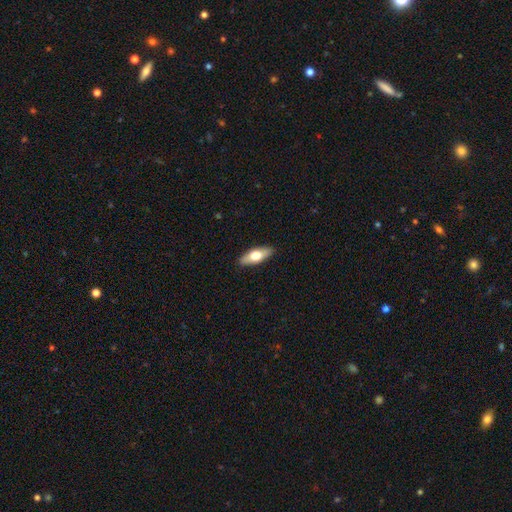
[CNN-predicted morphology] A smooth galaxy with no disk features (61%) that is in between round and cigar-shaped (67%).

Vote fractions:
- Smooth or featured? smooth: 61% / featured or disk: 34% / star or artifact: 6%
- How rounded? in between: 67% / cigar-shaped: 30% / round: 3%
- Merging? none: 89% / minor disturbance: 8% / major disturbance: 2% / merger: 1%